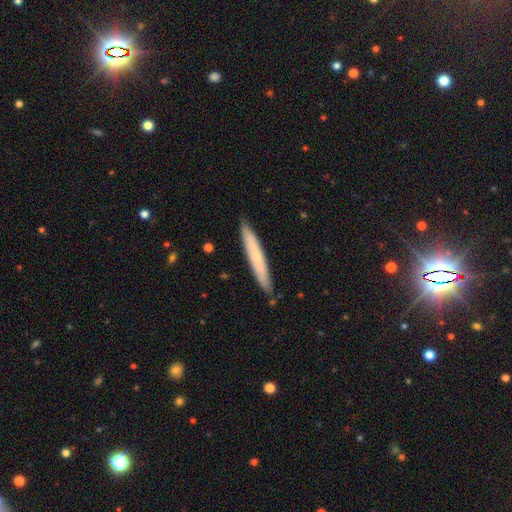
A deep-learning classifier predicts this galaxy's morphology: The model was most divided on "smooth or featured": smooth: 61%, featured or disk: 32%, star or artifact: 6%. More confident: how rounded — cigar-shaped (96%); merging — none (88%).